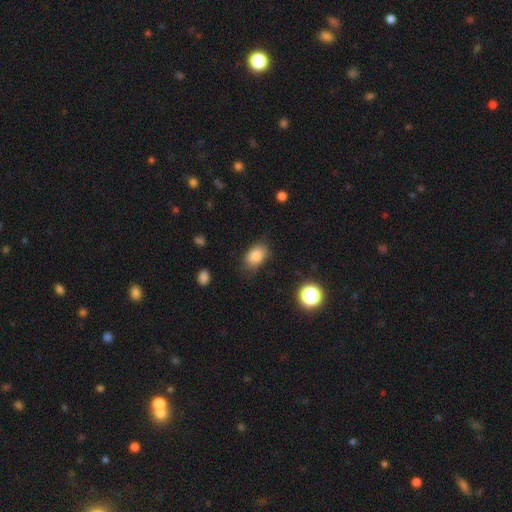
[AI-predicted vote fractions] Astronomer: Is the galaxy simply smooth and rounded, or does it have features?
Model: smooth — 84%.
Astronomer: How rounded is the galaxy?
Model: in between — 85%.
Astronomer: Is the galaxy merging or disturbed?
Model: none — 73%.